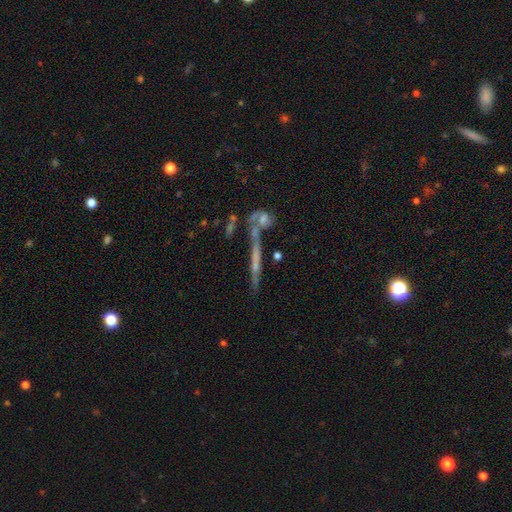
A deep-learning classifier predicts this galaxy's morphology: A featured or disk galaxy (46%). Merging: none (54%).